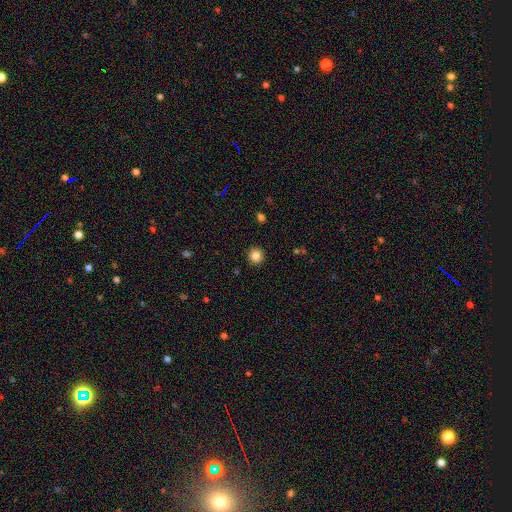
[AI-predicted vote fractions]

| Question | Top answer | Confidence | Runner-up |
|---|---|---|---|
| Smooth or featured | smooth | 84% | star or artifact (11%) |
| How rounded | round | 93% | in between (6%) |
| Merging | none | 92% | minor disturbance (5%) |